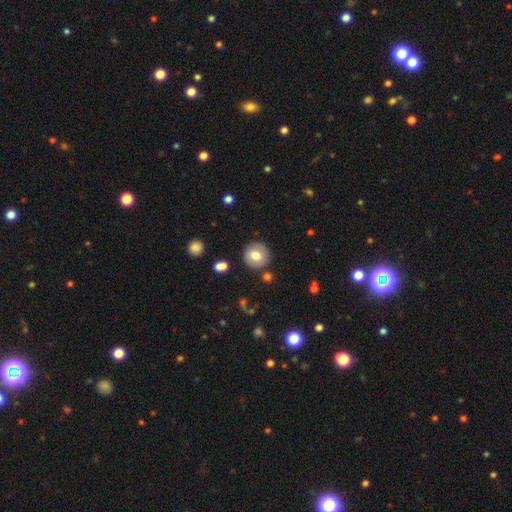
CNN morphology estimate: Q: Smooth or featured?
A: smooth (73%); runner-up: featured or disk (19%)
Q: How rounded?
A: round (91%); runner-up: in between (8%)
Q: Merging?
A: none (85%); runner-up: minor disturbance (9%)